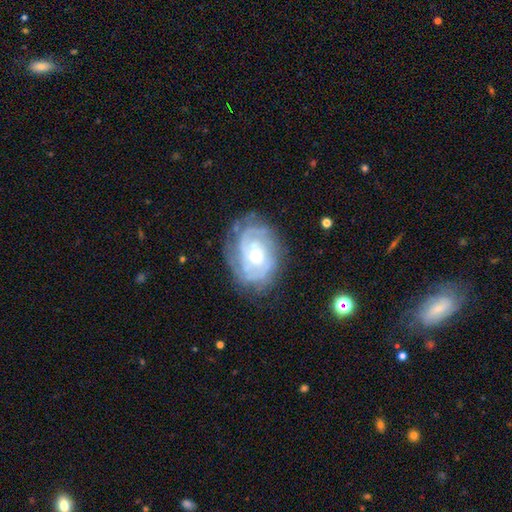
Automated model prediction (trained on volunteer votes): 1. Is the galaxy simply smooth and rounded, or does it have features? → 85% featured or disk, 10% smooth, 6% star or artifact.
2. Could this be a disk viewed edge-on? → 97% no, 3% yes.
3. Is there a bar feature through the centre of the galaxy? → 74% no, 21% weak, 5% strong.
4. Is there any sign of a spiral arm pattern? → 93% yes, 7% no.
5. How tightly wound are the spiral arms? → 71% tight, 23% medium, 6% loose.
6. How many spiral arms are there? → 36% can't tell, 25% 2, 20% 3, 8% 4, 5% 1, 5% more than 4.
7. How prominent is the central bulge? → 61% moderate, 33% small, 4% large, 1% none, 1% dominant.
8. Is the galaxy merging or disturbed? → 72% none, 20% minor disturbance, 8% major disturbance, 1% merger.